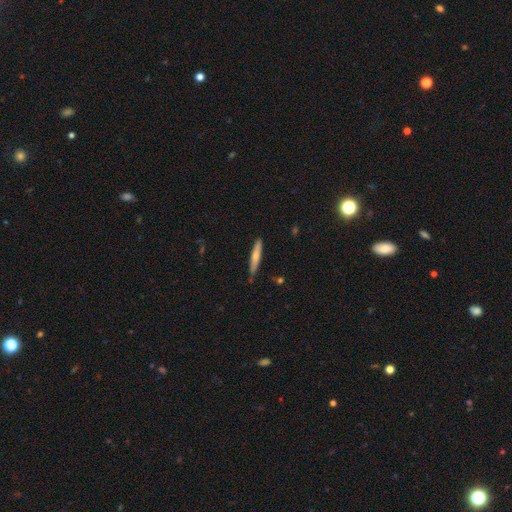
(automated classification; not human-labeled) Morphology: type=smooth (56%); roundness=cigar-shaped (92%); merging=none (87%).